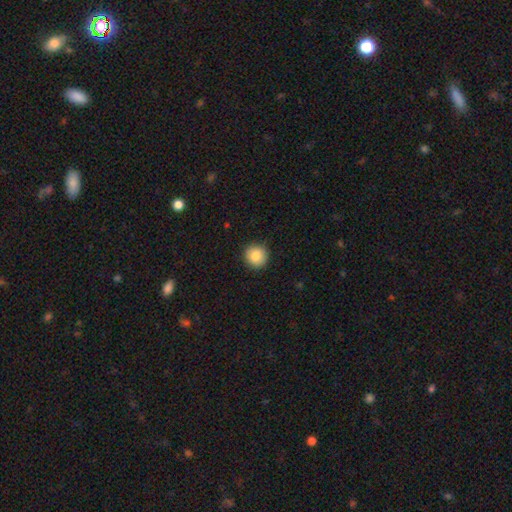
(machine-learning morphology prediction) This is clearly a smooth galaxy (87%). How rounded: clearly round (93%). Merging: clearly none (90%).